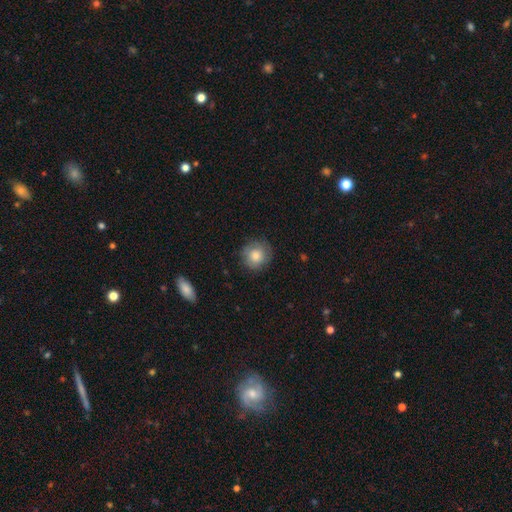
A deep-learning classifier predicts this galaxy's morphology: The model was most divided on "smooth or featured": smooth: 79%, featured or disk: 14%, star or artifact: 8%. More confident: how rounded — round (90%); merging — none (82%).